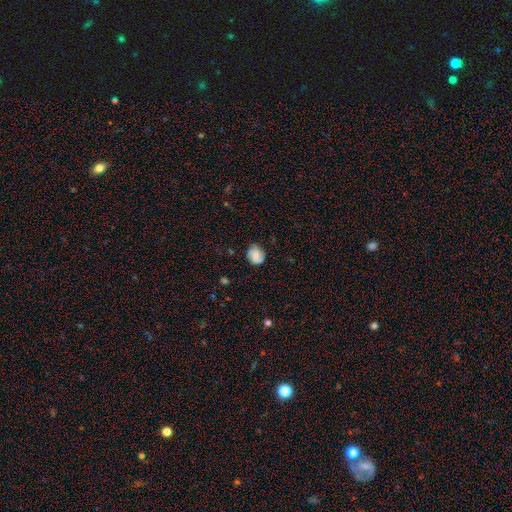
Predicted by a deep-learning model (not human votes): smooth-or-featured: smooth: 67% | featured or disk: 24% | star or artifact: 9%
  how-rounded: round: 67% | in between: 32% | cigar-shaped: 1%
  merging: none: 67% | minor disturbance: 25% | major disturbance: 6% | merger: 2%